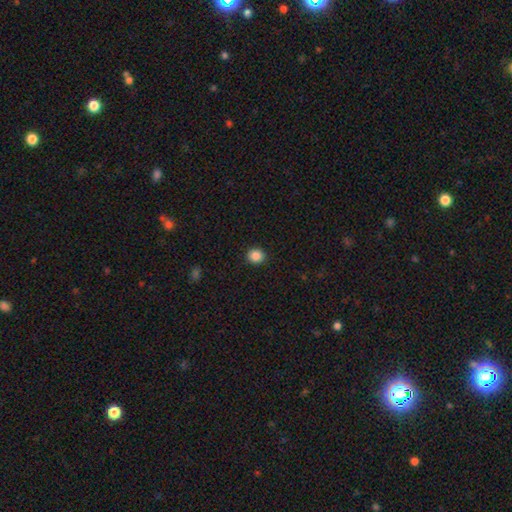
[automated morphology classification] Smooth or featured? smooth (87%)
How rounded? round (81%)
Merging? none (92%)